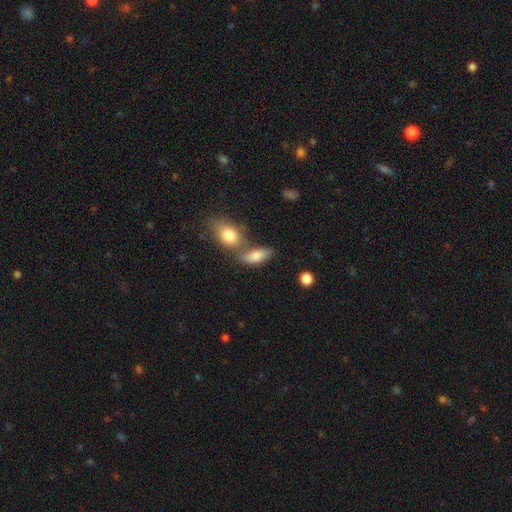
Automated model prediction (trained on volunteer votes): Smooth or featured? smooth (78%)
How rounded? in between (80%)
Merging? none (44%)